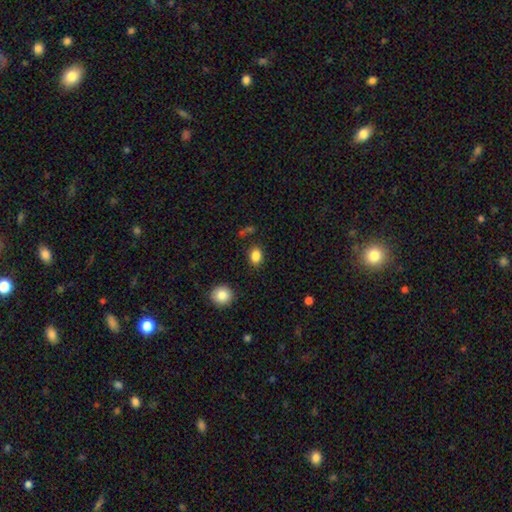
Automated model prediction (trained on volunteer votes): A smooth galaxy with no disk features (85%) that is in between round and cigar-shaped (61%). Merging: none (84%).